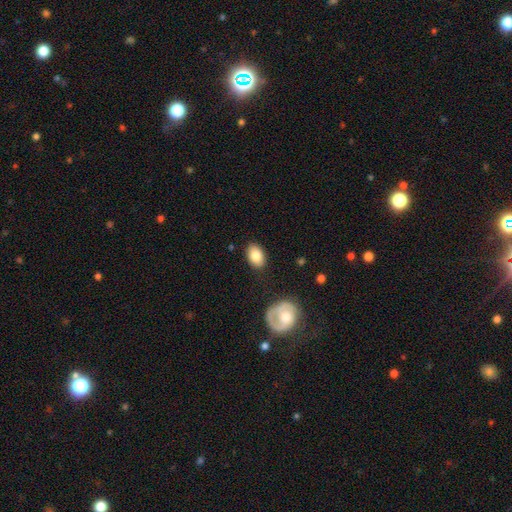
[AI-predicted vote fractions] A smooth galaxy with no disk features (82%) that is in between round and cigar-shaped (85%).

Vote fractions:
- Smooth or featured? smooth: 82% / featured or disk: 11% / star or artifact: 7%
- How rounded? in between: 85% / round: 14% / cigar-shaped: 1%
- Merging? none: 85% / minor disturbance: 10% / major disturbance: 3% / merger: 2%